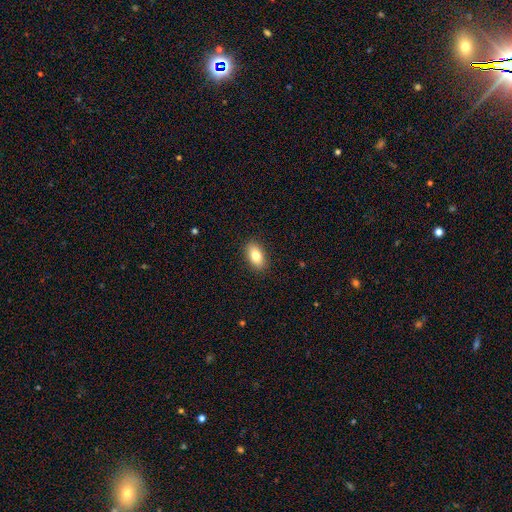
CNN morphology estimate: Smooth or featured?
  - smooth: 82% *
  - featured or disk: 11%
  - star or artifact: 8%
How rounded?
  - in between: 90% *
  - round: 7%
  - cigar-shaped: 3%
Merging?
  - none: 89% *
  - minor disturbance: 8%
  - major disturbance: 2%
  - merger: 1%